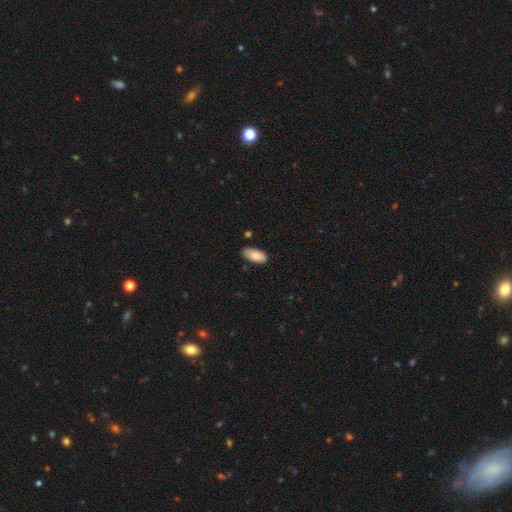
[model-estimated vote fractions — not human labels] Overall: smooth (85%). How rounded: in between (92%). Merging: none (79%).